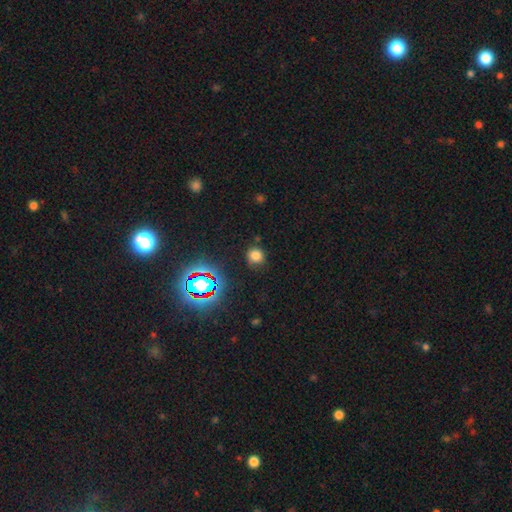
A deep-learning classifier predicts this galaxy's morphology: Q: Smooth or featured?
A: smooth (73%); runner-up: star or artifact (22%)
Q: How rounded?
A: round (87%); runner-up: in between (12%)
Q: Merging?
A: none (83%); runner-up: minor disturbance (11%)